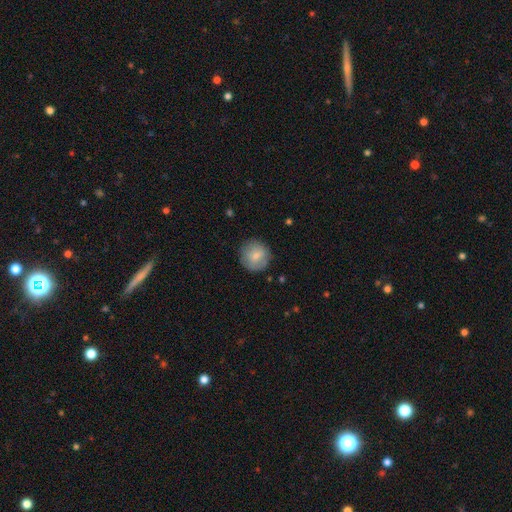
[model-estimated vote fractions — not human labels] This is likely a smooth galaxy (79%). How rounded: clearly round (93%). Merging: clearly none (84%).